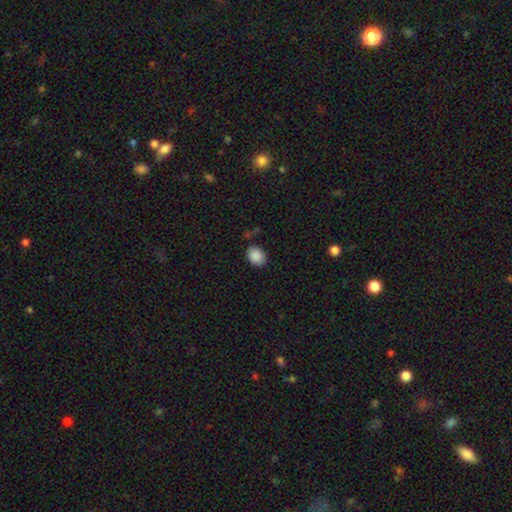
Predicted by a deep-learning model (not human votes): A smooth galaxy with no disk features (89%) that is in between round and cigar-shaped (65%).

Vote fractions:
- Smooth or featured? smooth: 89% / star or artifact: 8% / featured or disk: 3%
- How rounded? in between: 65% / round: 35% / cigar-shaped: 1%
- Merging? none: 80% / minor disturbance: 13% / major disturbance: 3% / merger: 3%